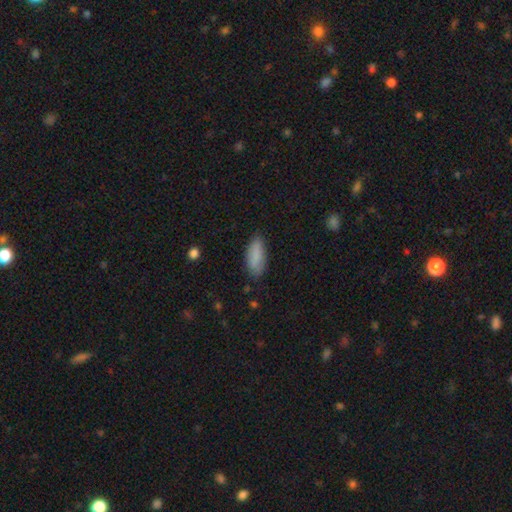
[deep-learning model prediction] This appears to be a smooth galaxy with no disk features (85%) that is in between round and cigar-shaped (77%). Merging: none (76%).